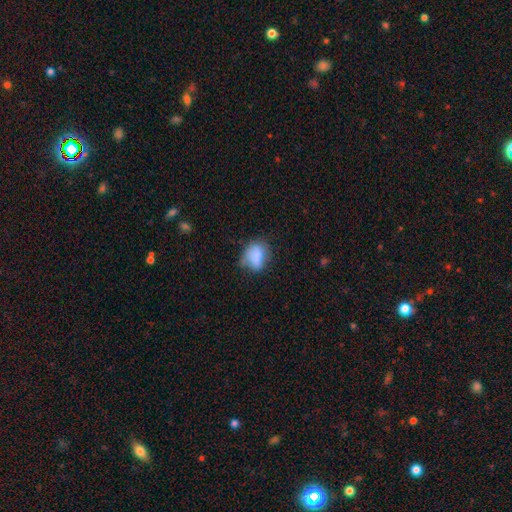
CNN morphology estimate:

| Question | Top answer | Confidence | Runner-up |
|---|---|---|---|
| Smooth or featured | smooth | 75% | featured or disk (16%) |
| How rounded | in between | 64% | round (34%) |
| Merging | none | 45% | minor disturbance (37%) |